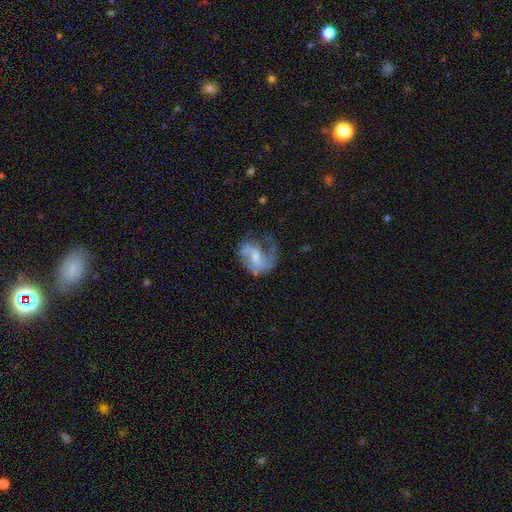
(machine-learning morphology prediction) smooth_or_featured: featured or disk (p=0.73) [alt: smooth p=0.19]
disk_edge_on: no (p=0.97) [alt: yes p=0.03]
bar: weak (p=0.47) [alt: no p=0.36]
has_spiral_arms: yes (p=0.85) [alt: no p=0.15]
spiral_winding: medium (p=0.42) [alt: loose p=0.41]
spiral_arm_count: 2 (p=0.63) [alt: 1 p=0.19]
bulge_size: small (p=0.44) [alt: moderate p=0.35]
merging: none (p=0.46) [alt: major disturbance p=0.28]